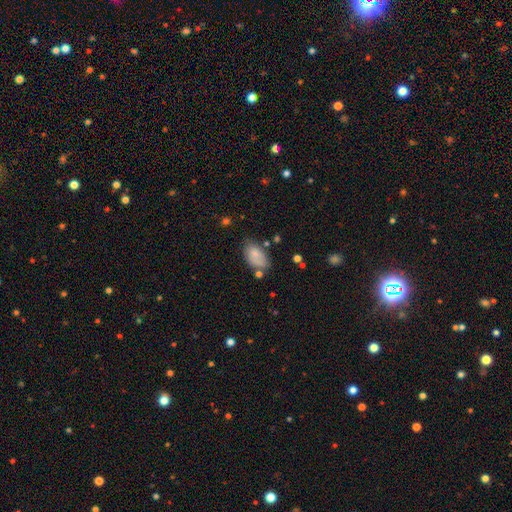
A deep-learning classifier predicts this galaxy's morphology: Q: Smooth or featured?
A: smooth (77%); runner-up: featured or disk (15%)
Q: How rounded?
A: in between (93%); runner-up: round (6%)
Q: Merging?
A: none (58%); runner-up: minor disturbance (27%)